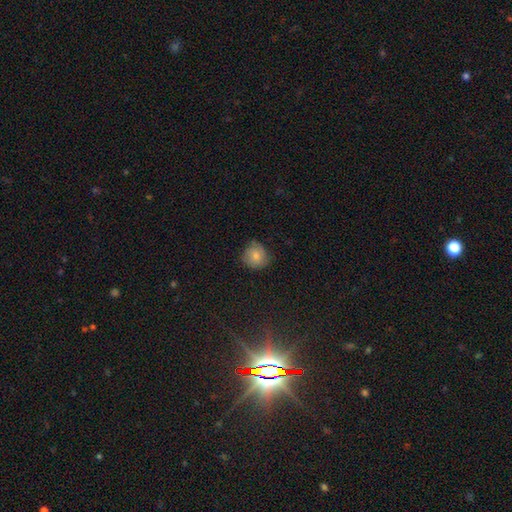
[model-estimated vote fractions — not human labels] Morphology: type=smooth (77%); roundness=round (89%); merging=none (71%).